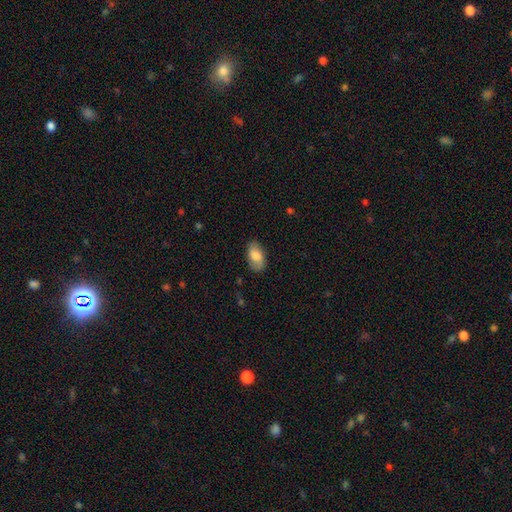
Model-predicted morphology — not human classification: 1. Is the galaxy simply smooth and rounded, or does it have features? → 73% smooth, 21% featured or disk, 7% star or artifact.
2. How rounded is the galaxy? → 93% in between, 4% round, 2% cigar-shaped.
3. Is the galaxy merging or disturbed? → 79% none, 16% minor disturbance, 4% major disturbance, 1% merger.